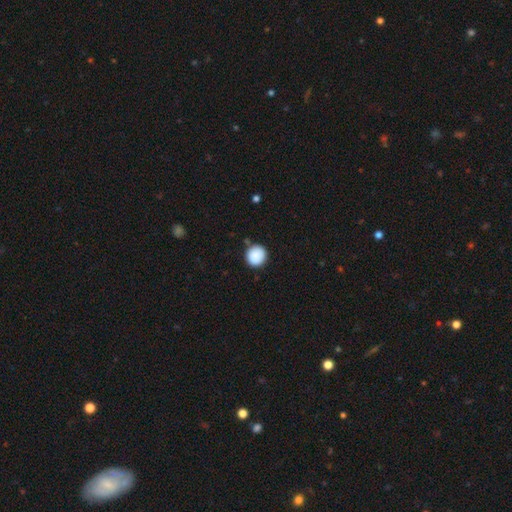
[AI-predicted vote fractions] Smooth or featured? smooth (89%)
How rounded? round (93%)
Merging? none (87%)